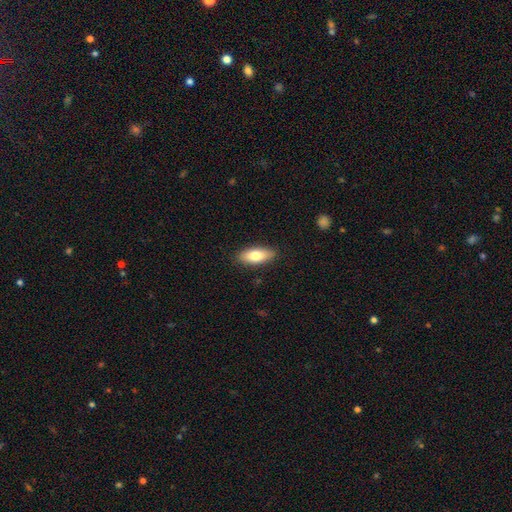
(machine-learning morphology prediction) This is likely a smooth galaxy (78%). How rounded: likely in between (77%). Merging: clearly none (88%).